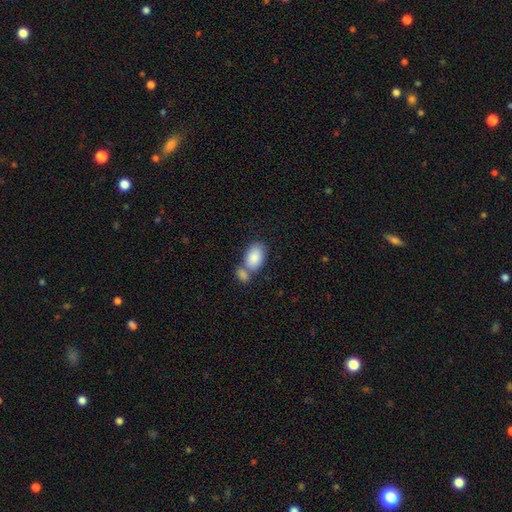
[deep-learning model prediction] Smooth or featured? Predicted: smooth (p=0.86). How rounded? Predicted: in between (p=0.91). Merging? Predicted: merger (p=0.45).